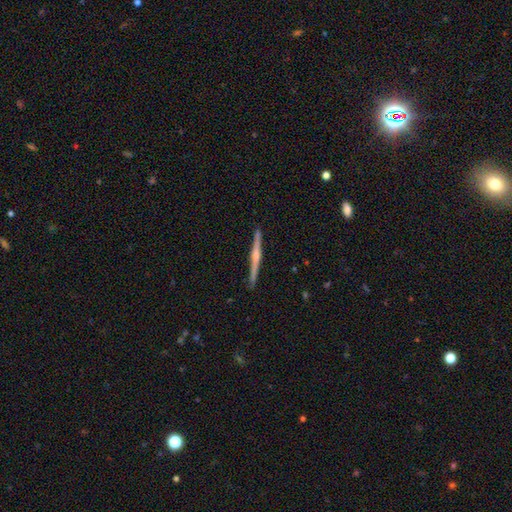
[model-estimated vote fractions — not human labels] Morphology: type=featured or disk (78%); edge-on=yes (99%); edge-on bulge=rounded (71%); merging=none (92%).